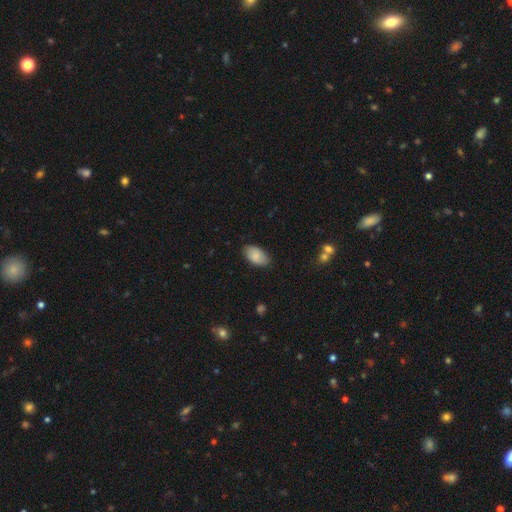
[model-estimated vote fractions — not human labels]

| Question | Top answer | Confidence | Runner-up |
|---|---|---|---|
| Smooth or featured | smooth | 84% | featured or disk (9%) |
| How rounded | in between | 93% | round (5%) |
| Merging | none | 81% | minor disturbance (15%) |